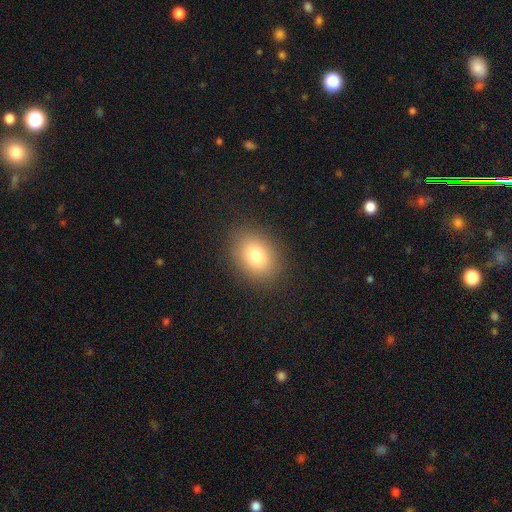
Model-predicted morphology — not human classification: type=smooth (80%); roundness=in between (66%); merging=none (88%).